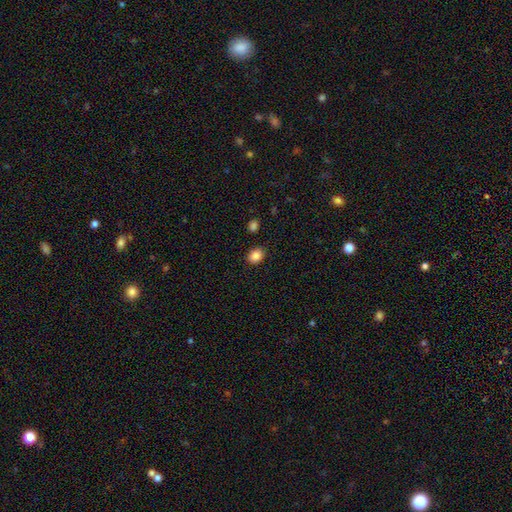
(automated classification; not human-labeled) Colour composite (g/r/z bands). It shows a smooth galaxy with no disk features (87%) that is in between round and cigar-shaped (61%). Merging: none (87%).